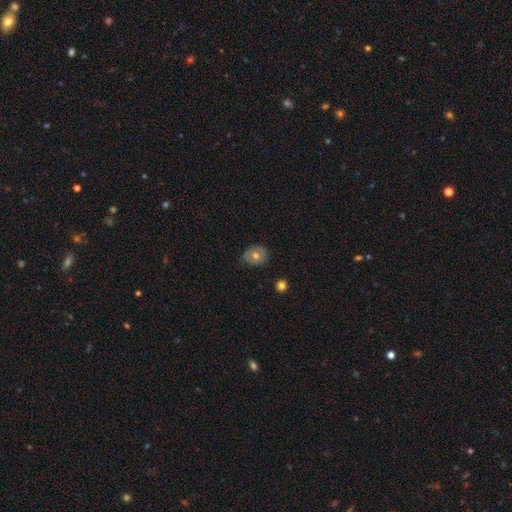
Overall: smooth (62%; featured or disk 36%). How rounded: round (71%). Merging: none (84%).